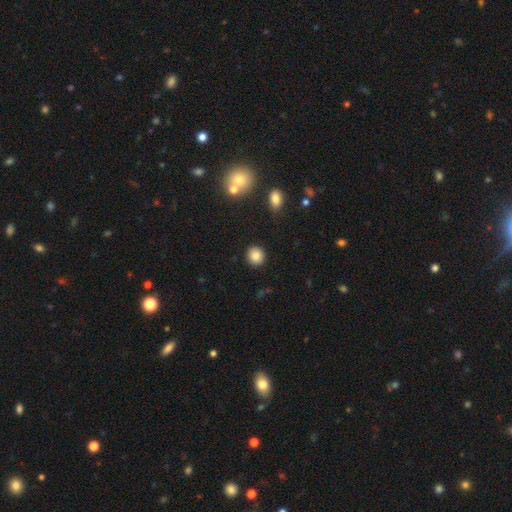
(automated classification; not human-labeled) smooth-or-featured: smooth: 84% | star or artifact: 10% | featured or disk: 5%
  how-rounded: round: 88% | in between: 11% | cigar-shaped: 1%
  merging: none: 91% | minor disturbance: 6% | major disturbance: 2% | merger: 2%